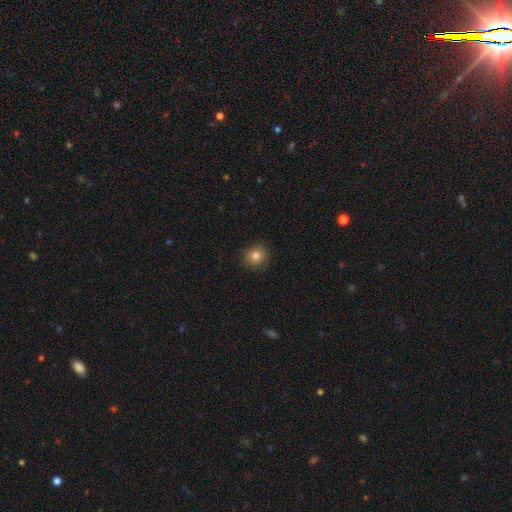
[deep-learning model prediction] smooth_or_featured: smooth (p=0.80) [alt: star or artifact p=0.12]
how_rounded: round (p=0.90) [alt: in between p=0.09]
merging: none (p=0.87) [alt: minor disturbance p=0.10]